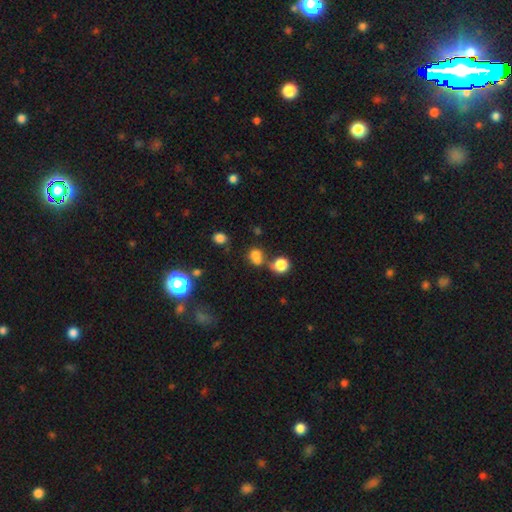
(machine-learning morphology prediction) Smooth or featured: smooth — 70% (star or artifact — 21%)
How rounded: round — 70% (in between — 29%)
Merging: none — 45% (merger — 37%)